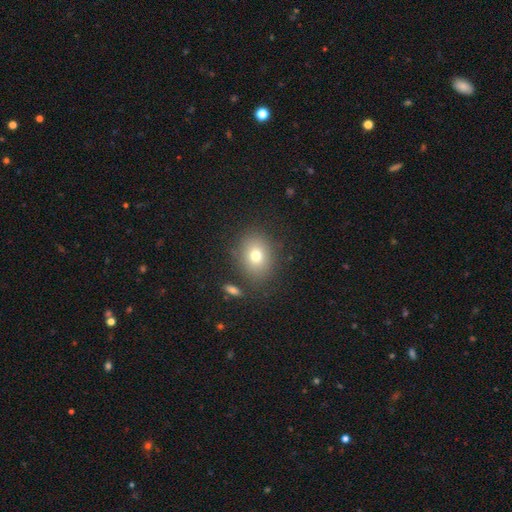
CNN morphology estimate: smooth_or_featured: smooth (p=0.74) [alt: featured or disk p=0.13]
how_rounded: round (p=0.54) [alt: in between p=0.45]
merging: none (p=0.81) [alt: minor disturbance p=0.11]